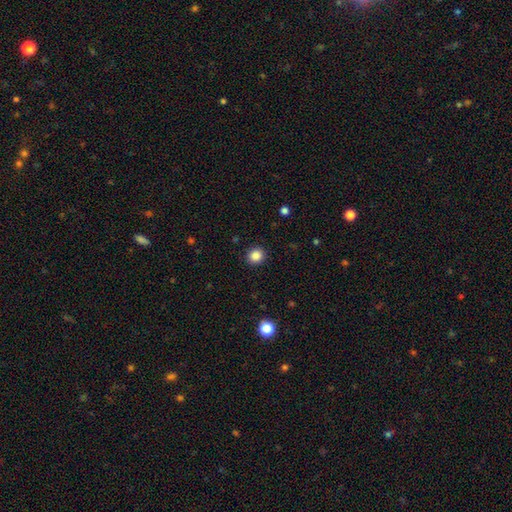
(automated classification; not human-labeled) smooth 86%, star or artifact 11%, featured or disk 3%. Down the decision tree: how rounded — round (88%); merging — none (92%).